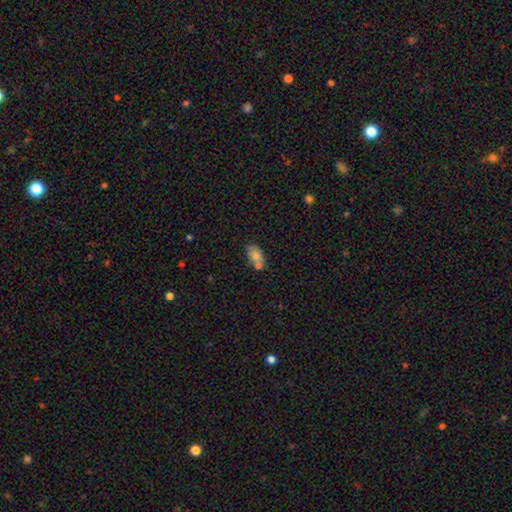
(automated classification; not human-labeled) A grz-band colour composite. It shows a smooth galaxy with no disk features (75%) that is in between round and cigar-shaped (89%). Merging: none (53%).